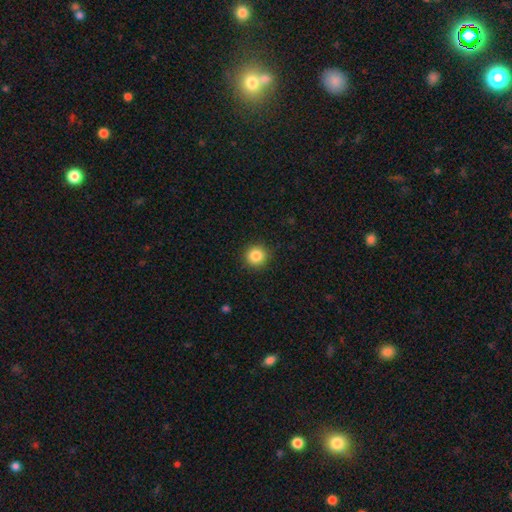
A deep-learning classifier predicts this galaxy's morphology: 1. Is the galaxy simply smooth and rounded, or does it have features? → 86% smooth, 10% star or artifact, 4% featured or disk.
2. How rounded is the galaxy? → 95% round, 4% in between, 1% cigar-shaped.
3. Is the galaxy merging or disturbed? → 92% none, 5% minor disturbance, 2% major disturbance, 1% merger.